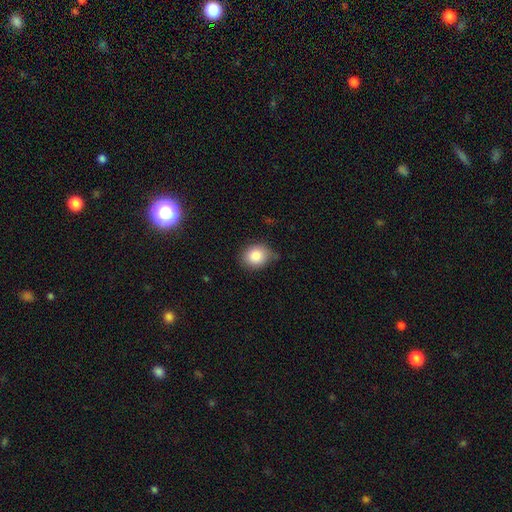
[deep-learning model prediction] Smooth or featured? smooth (86%)
How rounded? round (62%)
Merging? none (73%)